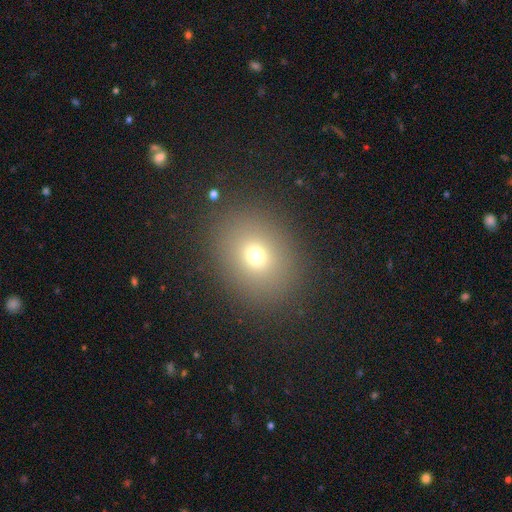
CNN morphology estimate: A smooth galaxy with no disk features (71%) that is round (58%). Merging: none (87%).